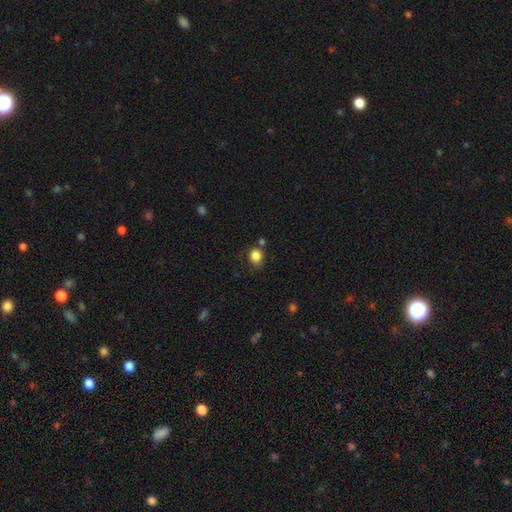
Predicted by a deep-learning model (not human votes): The model was most divided on "how rounded": round: 68%, in between: 31%, cigar-shaped: 1%. More confident: smooth or featured — smooth (84%); merging — none (69%).